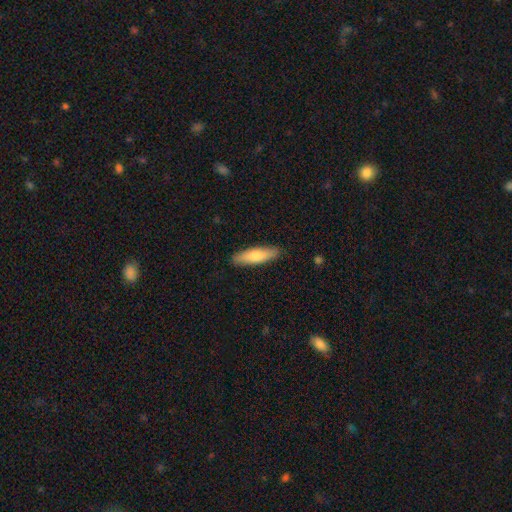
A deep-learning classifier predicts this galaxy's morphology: A smooth galaxy with no disk features (72%) that is cigar-shaped (64%). Merging: none (89%).